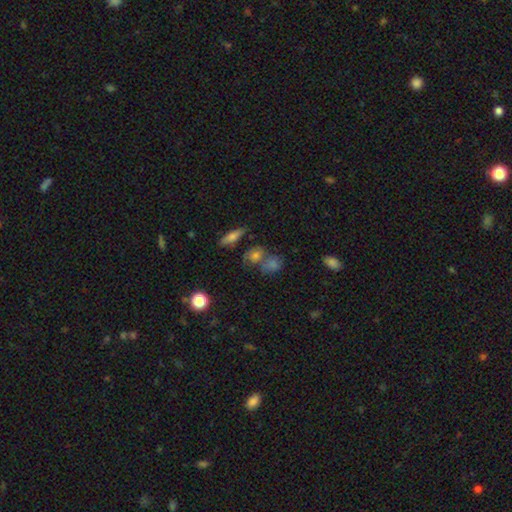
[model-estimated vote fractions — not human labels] A smooth galaxy with no disk features (63%) that is round (53%). Merging: none (47%).